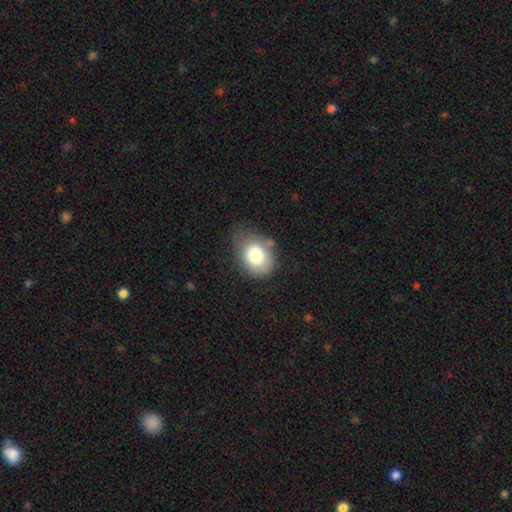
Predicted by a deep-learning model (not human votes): Smooth or featured? smooth (78%)
How rounded? in between (57%)
Merging? none (54%)